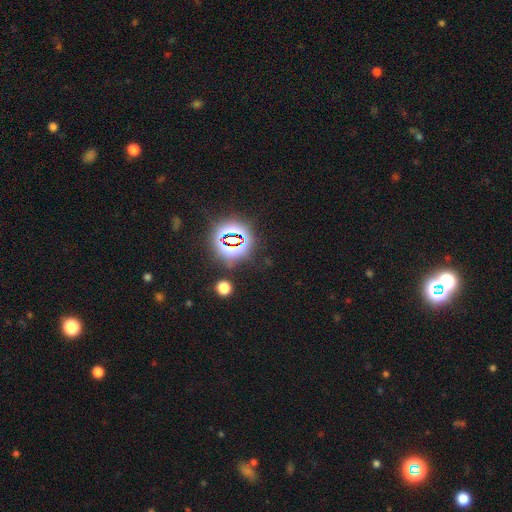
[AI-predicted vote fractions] Overall: star or artifact (81%).